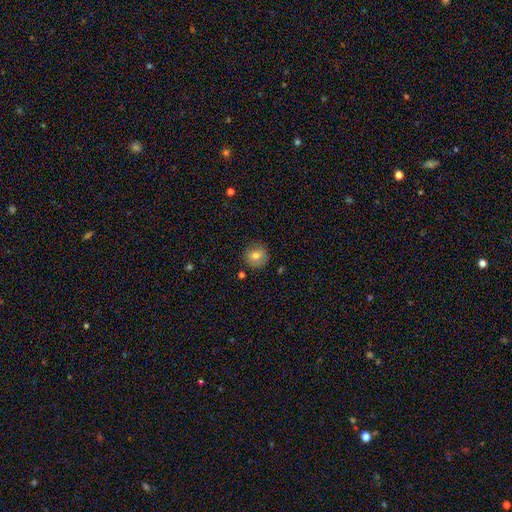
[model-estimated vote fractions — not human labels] Q: Smooth or featured?
A: smooth (77%); runner-up: featured or disk (13%)
Q: How rounded?
A: round (90%); runner-up: in between (9%)
Q: Merging?
A: none (85%); runner-up: minor disturbance (11%)